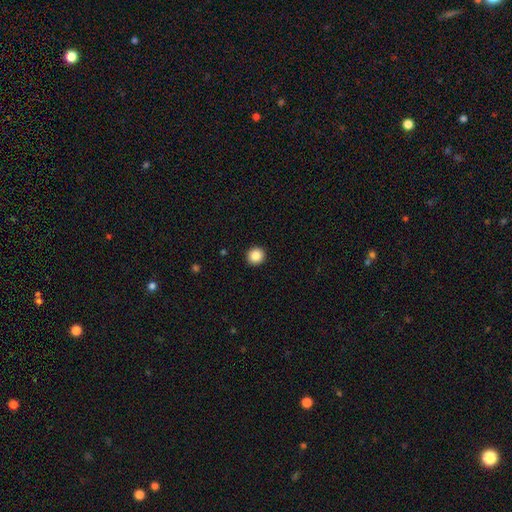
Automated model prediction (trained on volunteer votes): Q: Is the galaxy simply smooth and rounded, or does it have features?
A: smooth — 87%.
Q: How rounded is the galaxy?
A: round — 92%.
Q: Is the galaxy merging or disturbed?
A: none — 93%.